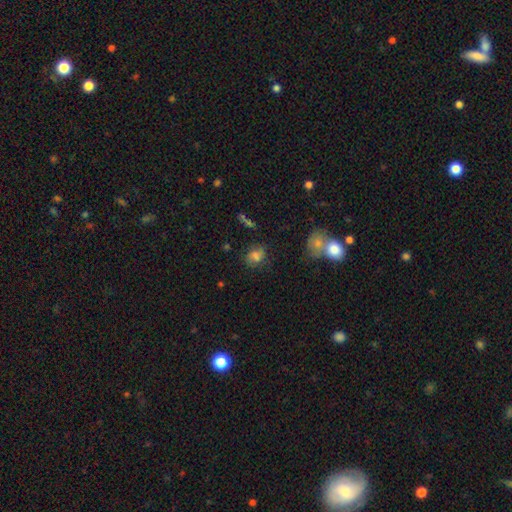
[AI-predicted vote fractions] Overall: smooth (68%). How rounded: in between (49%, tied with round). Merging: none (61%).